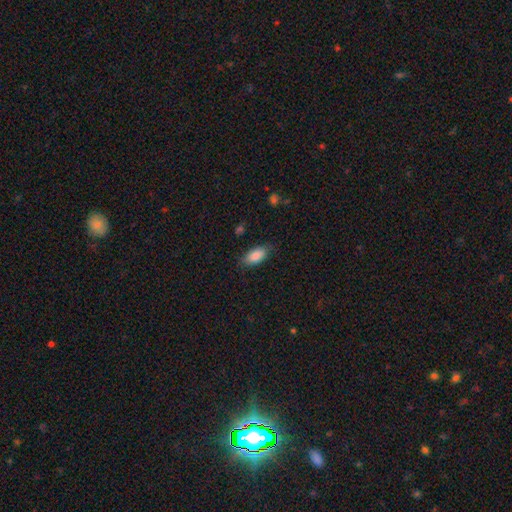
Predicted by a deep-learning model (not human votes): Smooth or featured: smooth — 87% (star or artifact — 7%)
How rounded: in between — 89% (cigar-shaped — 8%)
Merging: none — 80% (minor disturbance — 15%)